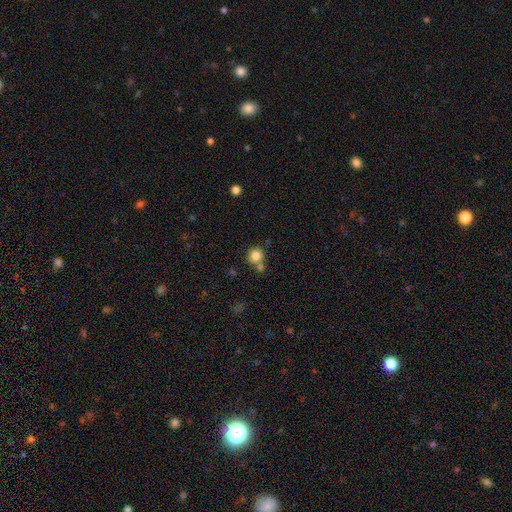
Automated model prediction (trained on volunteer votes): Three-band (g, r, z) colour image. It shows a smooth galaxy with no disk features (83%) that is round (91%). Merging: none (63%).